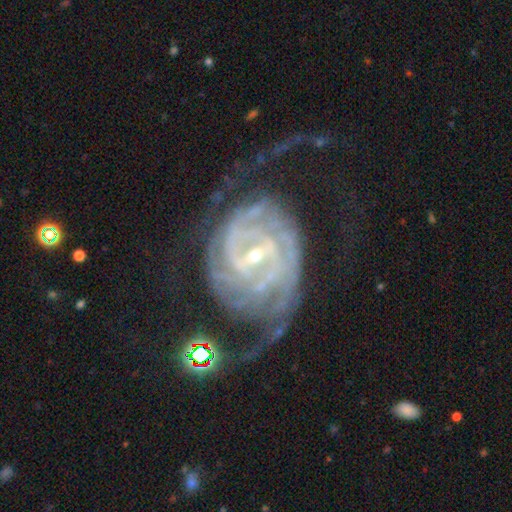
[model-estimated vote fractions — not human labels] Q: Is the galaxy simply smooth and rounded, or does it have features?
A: featured or disk — 90%.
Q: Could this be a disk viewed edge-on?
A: no — 97%.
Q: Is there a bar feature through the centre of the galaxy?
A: weak — 49%.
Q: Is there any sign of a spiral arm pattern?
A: yes — 96%.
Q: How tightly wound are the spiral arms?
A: tight — 63%.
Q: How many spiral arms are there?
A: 2 — 31%.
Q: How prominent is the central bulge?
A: small — 74%.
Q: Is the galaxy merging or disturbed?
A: none — 50%.